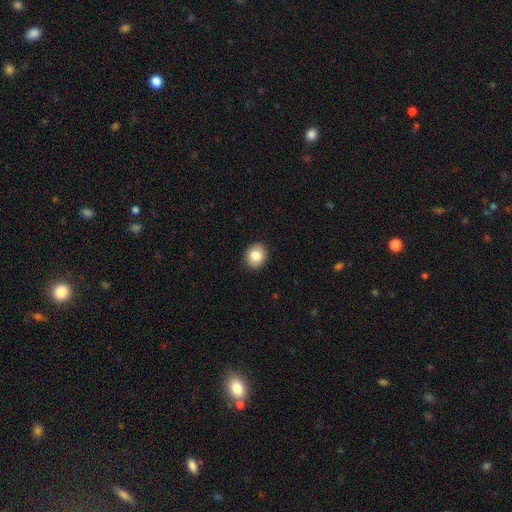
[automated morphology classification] Smooth or featured?
  - smooth: 84% *
  - star or artifact: 8%
  - featured or disk: 8%
How rounded?
  - round: 62% *
  - in between: 37%
  - cigar-shaped: 1%
Merging?
  - none: 90% *
  - minor disturbance: 8%
  - major disturbance: 2%
  - merger: 1%